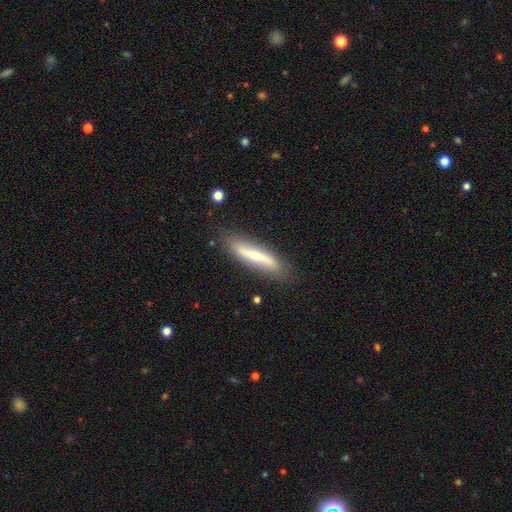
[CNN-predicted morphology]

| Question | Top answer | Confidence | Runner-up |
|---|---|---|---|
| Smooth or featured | featured or disk | 55% | smooth (39%) |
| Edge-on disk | yes | 60% | no (40%) |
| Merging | none | 83% | minor disturbance (12%) |